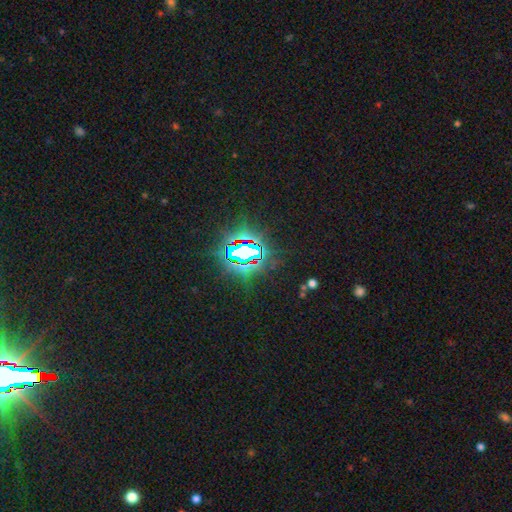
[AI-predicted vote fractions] A star or artifact, not a galaxy (84%).

Vote fractions:
- Smooth or featured? star or artifact: 84% / smooth: 10% / featured or disk: 7%